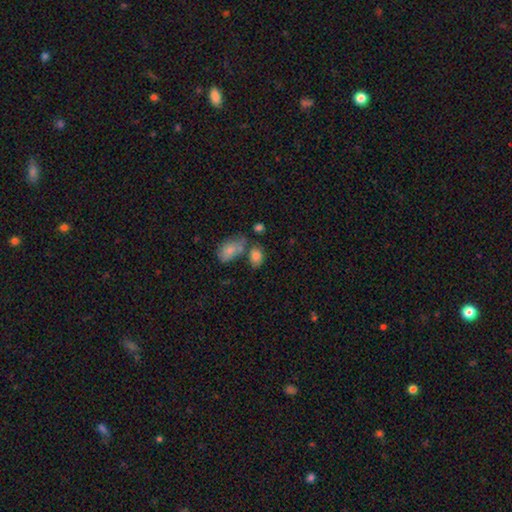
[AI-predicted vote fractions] This is clearly a smooth galaxy (82%). How rounded: likely in between (77%). Merging: possibly none (49%).